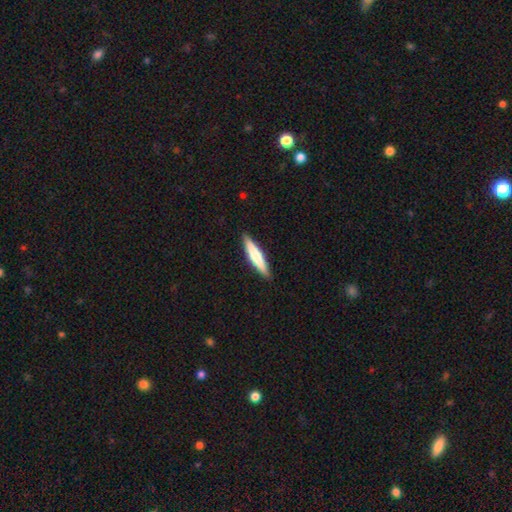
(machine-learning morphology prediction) Smooth or featured? smooth (57%)
How rounded? cigar-shaped (89%)
Merging? none (91%)